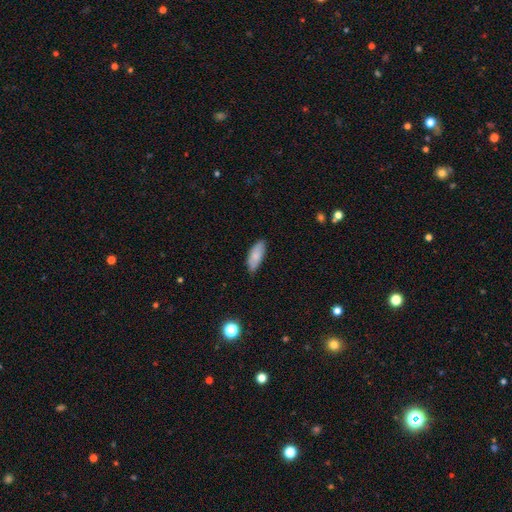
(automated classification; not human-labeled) A smooth galaxy with no disk features (81%) that is in between round and cigar-shaped (81%). Merging: none (79%).